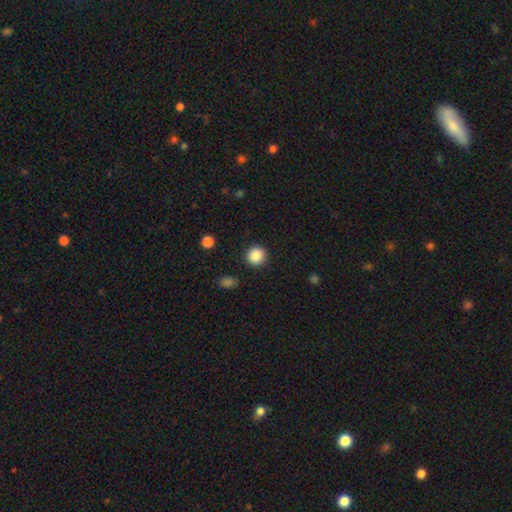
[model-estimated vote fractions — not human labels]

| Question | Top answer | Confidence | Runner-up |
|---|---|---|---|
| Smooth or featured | smooth | 88% | star or artifact (9%) |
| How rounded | round | 91% | in between (8%) |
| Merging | none | 90% | minor disturbance (6%) |